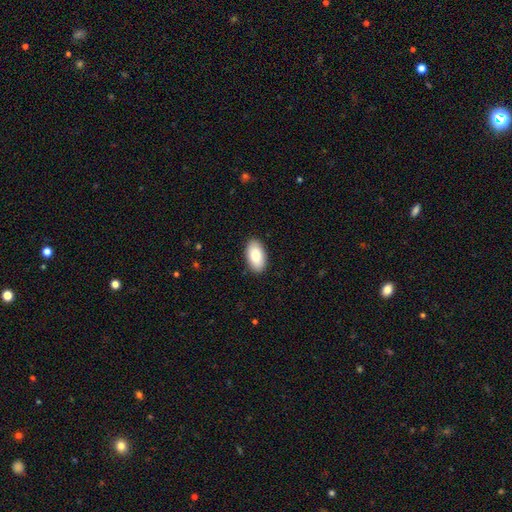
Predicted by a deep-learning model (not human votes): This is clearly a smooth galaxy (83%). How rounded: clearly in between (95%). Merging: clearly none (90%).